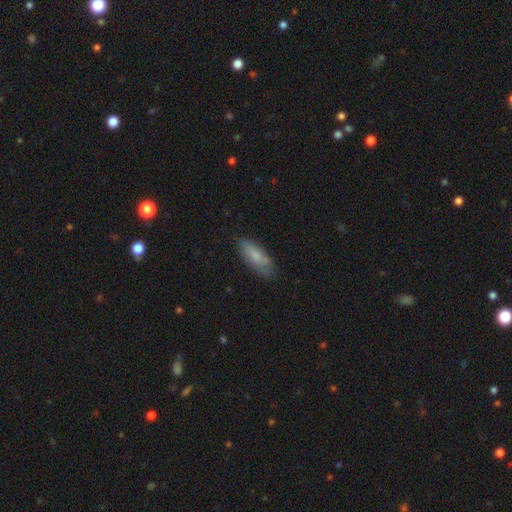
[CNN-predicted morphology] Smooth or featured? smooth (73%)
How rounded? in between (76%)
Merging? none (72%)